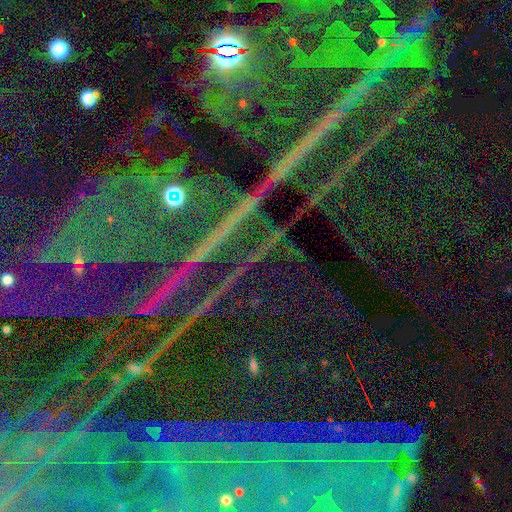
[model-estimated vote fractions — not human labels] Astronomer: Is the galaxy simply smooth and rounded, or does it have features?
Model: star or artifact — 85%.